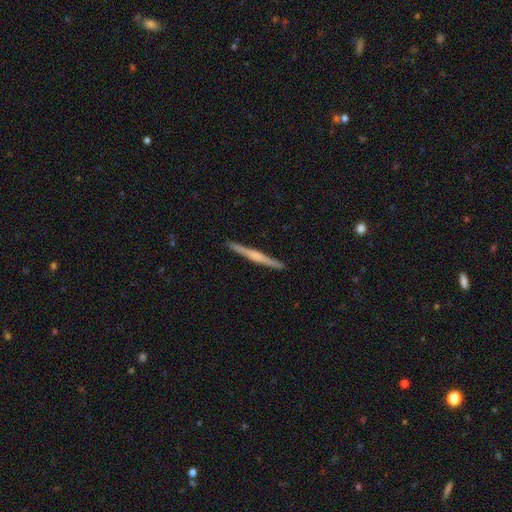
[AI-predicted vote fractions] Smooth or featured?
  - featured or disk: 67% *
  - smooth: 28%
  - star or artifact: 5%
Edge-on disk?
  - yes: 98% *
  - no: 2%
Edge-on bulge?
  - rounded: 57% *
  - none: 28%
  - boxy: 15%
Merging?
  - none: 93% *
  - minor disturbance: 5%
  - major disturbance: 1%
  - merger: 1%